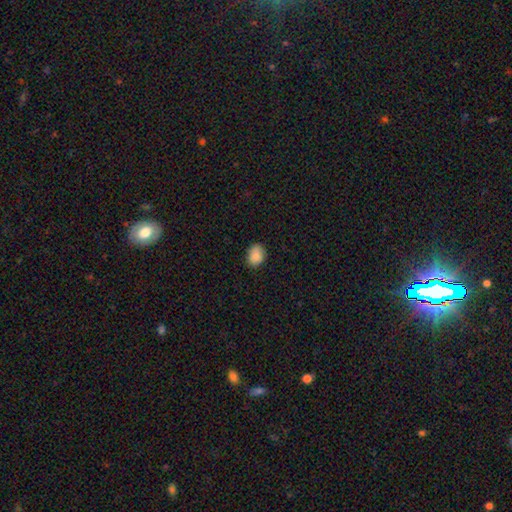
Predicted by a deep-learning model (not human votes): smooth_or_featured: smooth (p=0.88) [alt: star or artifact p=0.08]
how_rounded: in between (p=0.64) [alt: round p=0.35]
merging: none (p=0.82) [alt: minor disturbance p=0.14]